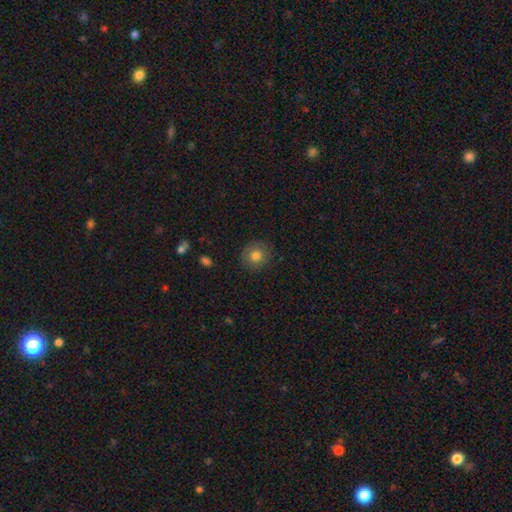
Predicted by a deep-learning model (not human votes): A smooth galaxy with no disk features (78%) that is round (89%).

Vote fractions:
- Smooth or featured? smooth: 78% / featured or disk: 12% / star or artifact: 11%
- How rounded? round: 89% / in between: 10% / cigar-shaped: 1%
- Merging? none: 87% / minor disturbance: 9% / major disturbance: 3% / merger: 1%